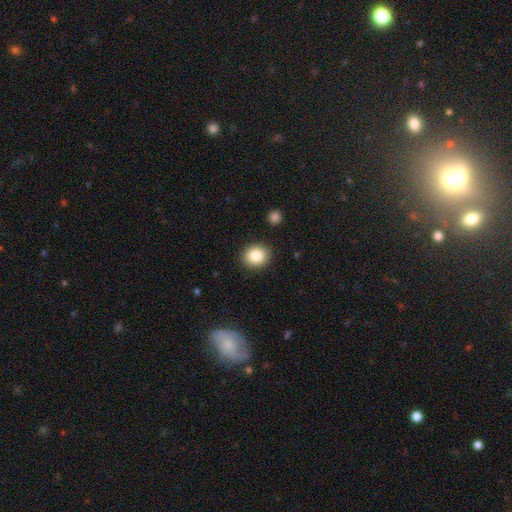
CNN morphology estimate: smooth 86%, star or artifact 8%, featured or disk 5%. Down the decision tree: how rounded — round (75%); merging — none (89%).